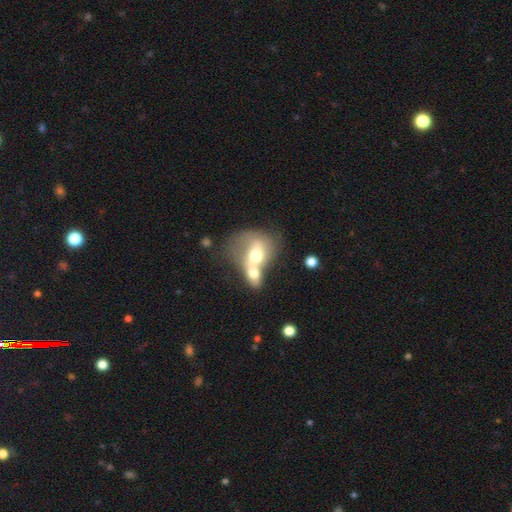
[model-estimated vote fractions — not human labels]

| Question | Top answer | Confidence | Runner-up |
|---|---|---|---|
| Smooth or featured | smooth | 56% | featured or disk (36%) |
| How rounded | in between | 59% | round (38%) |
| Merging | merger | 76% | none (10%) |